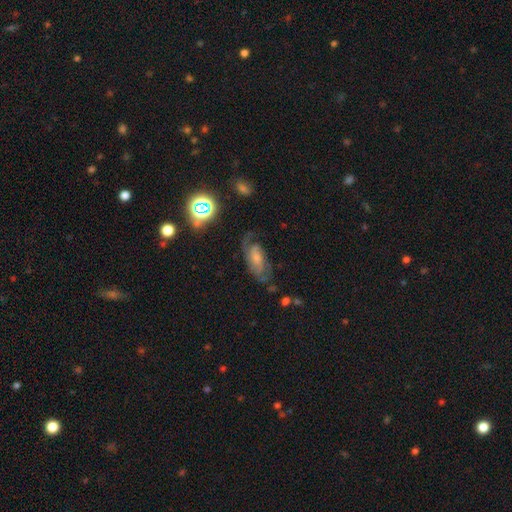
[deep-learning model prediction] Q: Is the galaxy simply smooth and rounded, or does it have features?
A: featured or disk — 61%.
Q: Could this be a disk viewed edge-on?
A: no — 90%.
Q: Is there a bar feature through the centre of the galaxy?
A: no — 62%.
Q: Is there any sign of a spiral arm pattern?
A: yes — 86%.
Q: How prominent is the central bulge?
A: small — 47%.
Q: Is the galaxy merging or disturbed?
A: none — 65%.